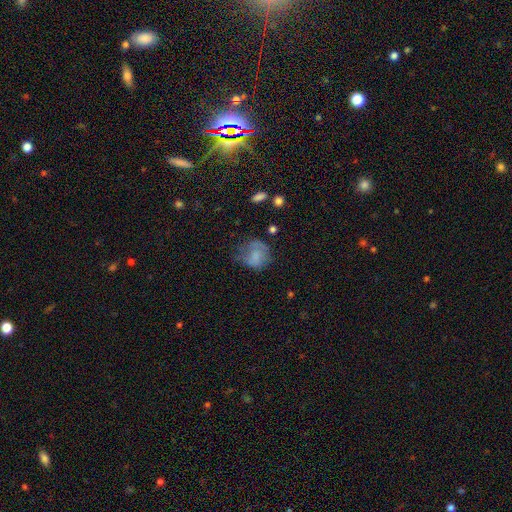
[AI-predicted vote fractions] smooth 65%, featured or disk 24%, star or artifact 11%. Down the decision tree: how rounded — round (63%); merging — none (38%).